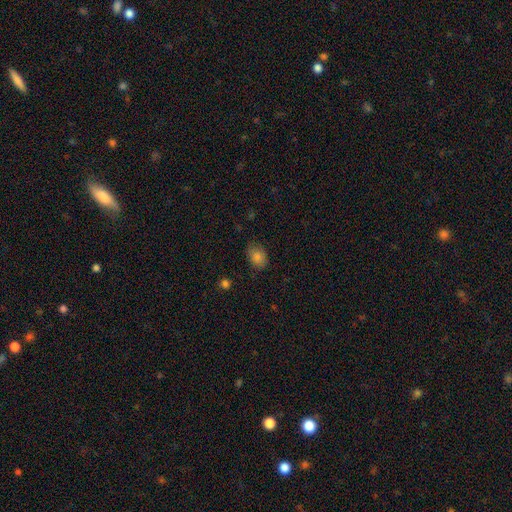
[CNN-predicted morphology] A smooth galaxy with no disk features (78%) that is in between round and cigar-shaped (66%).

Vote fractions:
- Smooth or featured? smooth: 78% / star or artifact: 13% / featured or disk: 8%
- How rounded? in between: 66% / round: 33% / cigar-shaped: 1%
- Merging? none: 78% / minor disturbance: 18% / major disturbance: 3% / merger: 1%